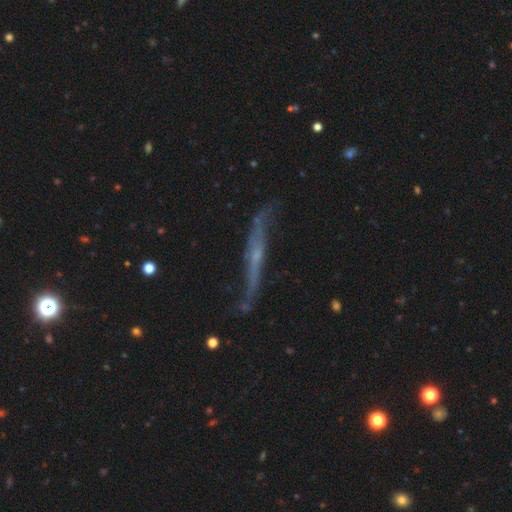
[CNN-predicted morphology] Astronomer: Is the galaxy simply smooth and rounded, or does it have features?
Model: featured or disk — 74%.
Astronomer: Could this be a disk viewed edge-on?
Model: yes — 73%.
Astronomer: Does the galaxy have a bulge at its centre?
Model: rounded — 53% (runner-up: none, 40%).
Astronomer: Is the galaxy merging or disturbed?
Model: none — 62%.